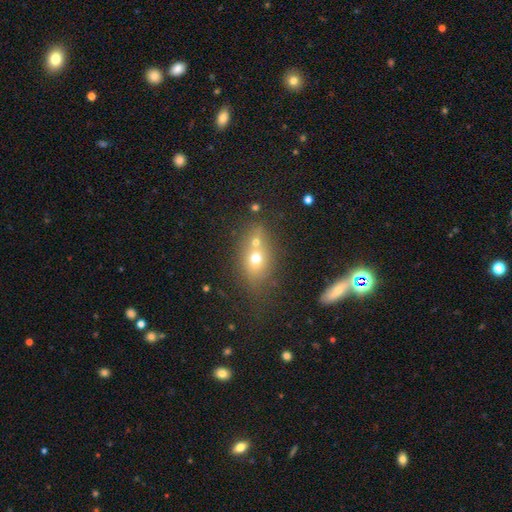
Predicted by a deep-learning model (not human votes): Smooth or featured? smooth (57%)
How rounded? in between (57%)
Merging? none (46%)